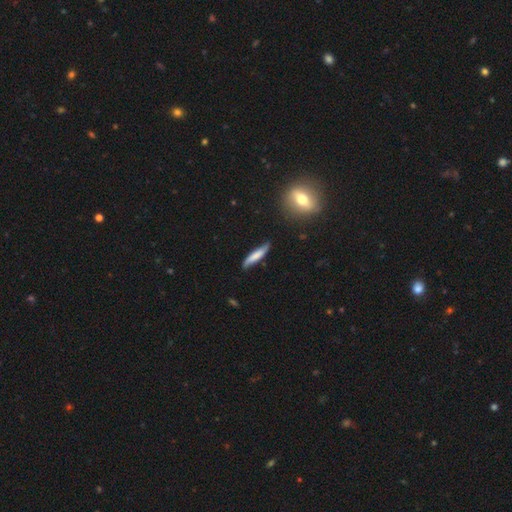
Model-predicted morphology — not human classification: smooth_or_featured: smooth (p=0.65) [alt: featured or disk p=0.29]
how_rounded: cigar-shaped (p=0.87) [alt: in between p=0.11]
merging: none (p=0.74) [alt: minor disturbance p=0.20]